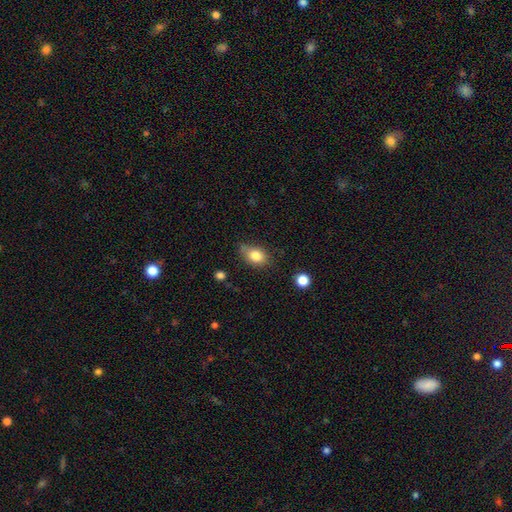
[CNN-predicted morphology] Smooth or featured?
  - smooth: 82% *
  - star or artifact: 9%
  - featured or disk: 9%
How rounded?
  - in between: 73% *
  - round: 25%
  - cigar-shaped: 2%
Merging?
  - none: 63% *
  - minor disturbance: 28%
  - major disturbance: 6%
  - merger: 3%